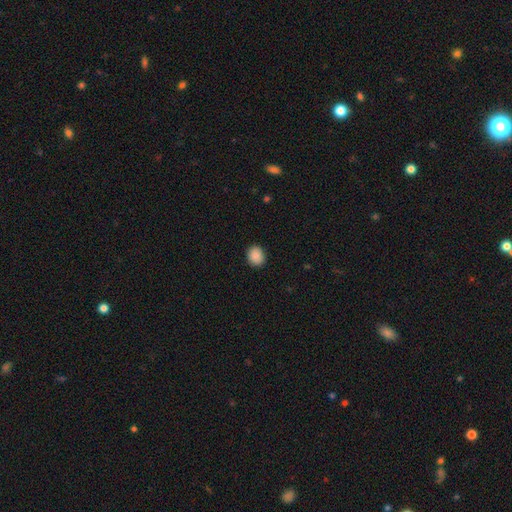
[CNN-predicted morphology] smooth 88%, star or artifact 8%, featured or disk 4%. Down the decision tree: how rounded — round (70%); merging — none (89%).